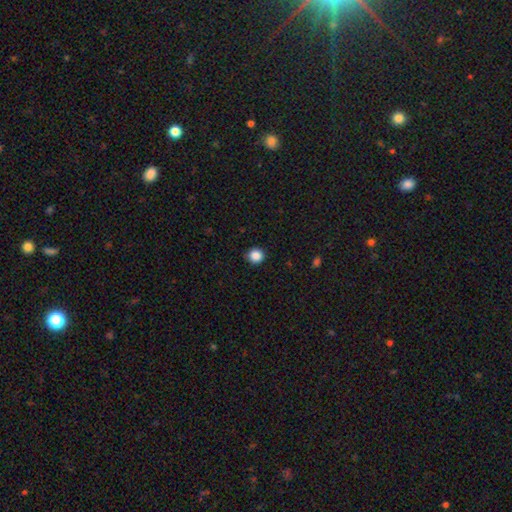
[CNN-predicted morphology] A smooth galaxy with no disk features (87%) that is round (94%).

Vote fractions:
- Smooth or featured? smooth: 87% / star or artifact: 10% / featured or disk: 3%
- How rounded? round: 94% / in between: 5% / cigar-shaped: 1%
- Merging? none: 91% / minor disturbance: 6% / major disturbance: 2% / merger: 1%